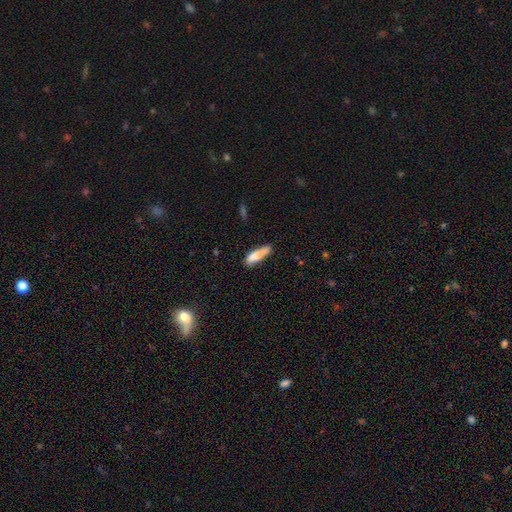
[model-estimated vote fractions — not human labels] This is likely a smooth galaxy (79%). How rounded: likely cigar-shaped (65%). Merging: possibly none (59%).